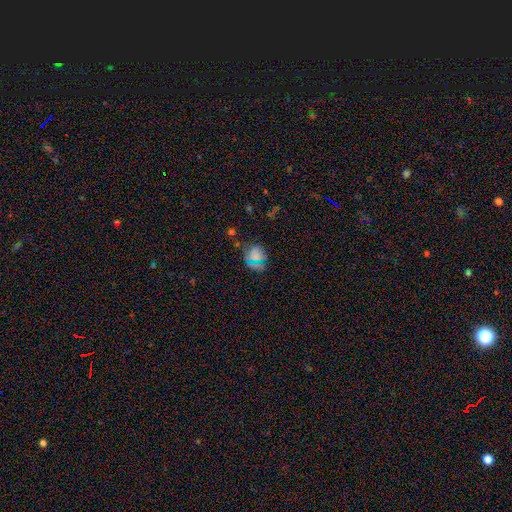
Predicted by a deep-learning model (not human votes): Smooth or featured: smooth — 65% (star or artifact — 27%)
How rounded: round — 79% (in between — 19%)
Merging: none — 74% (minor disturbance — 15%)